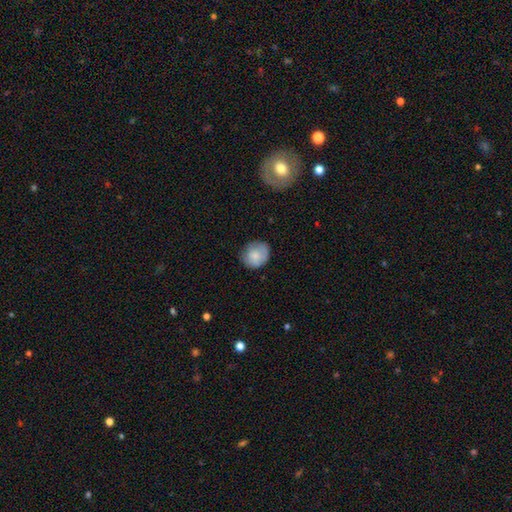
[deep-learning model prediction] Overall: smooth (77%). How rounded: round (76%). Merging: none (70%).